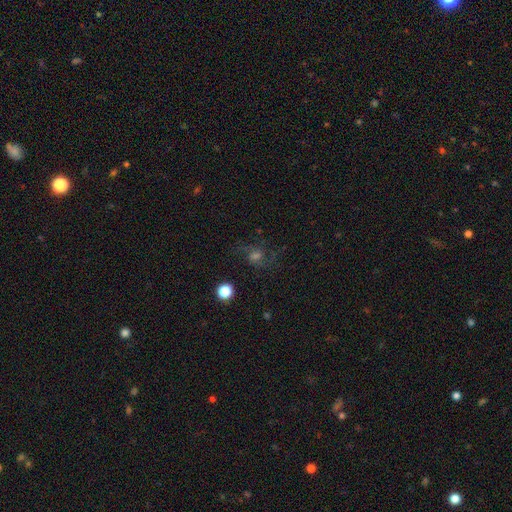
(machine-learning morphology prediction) Smooth or featured? Predicted: featured or disk (p=0.50). Edge-on disk? Predicted: no (p=0.96). Merging? Predicted: none (p=0.65).